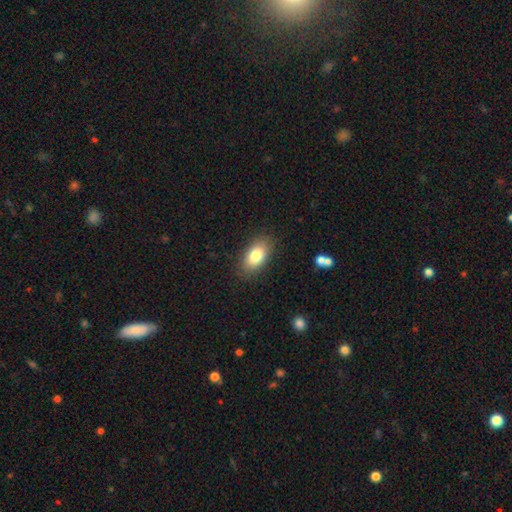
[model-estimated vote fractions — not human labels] This appears to be a smooth galaxy with no disk features (81%) that is in between round and cigar-shaped (91%). Merging: none (86%).